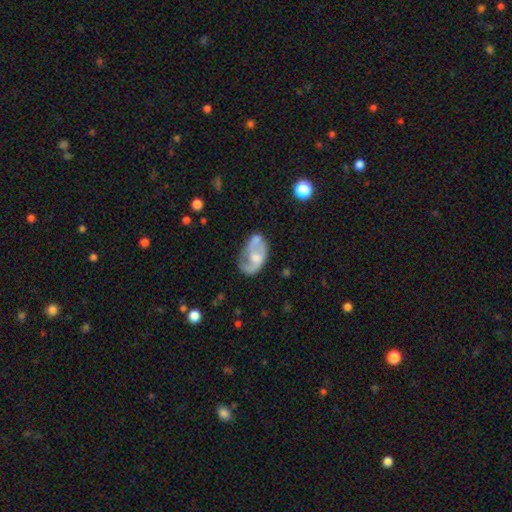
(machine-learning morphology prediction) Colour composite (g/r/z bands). It shows a featured or disk galaxy (56%) with no bar (74%), no spiral arms (51%) and a moderate central bulge (45%). Merging: none (34%).